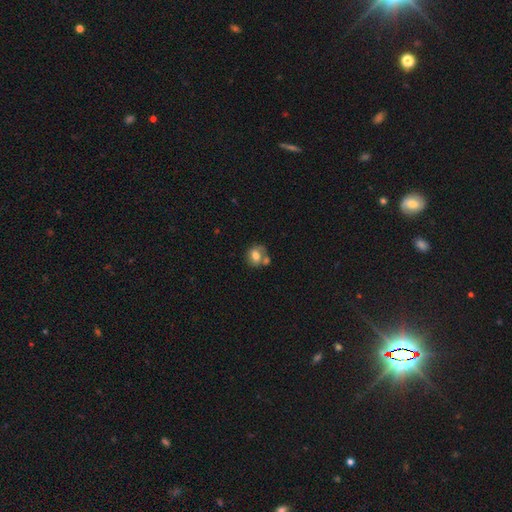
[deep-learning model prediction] Smooth or featured?
  - smooth: 71% *
  - featured or disk: 19%
  - star or artifact: 9%
How rounded?
  - round: 68% *
  - in between: 31%
  - cigar-shaped: 1%
Merging?
  - none: 43% *
  - merger: 35%
  - minor disturbance: 16%
  - major disturbance: 6%